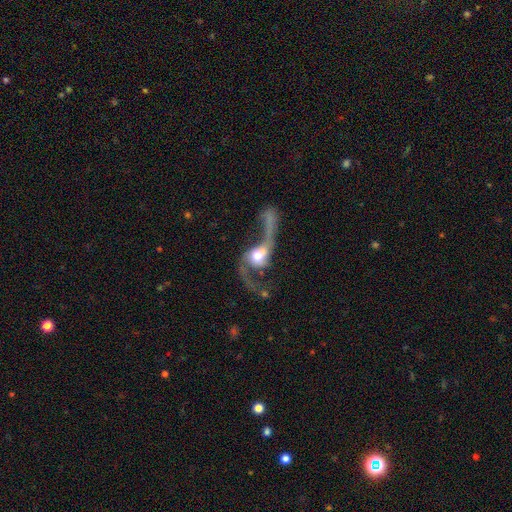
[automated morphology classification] Smooth or featured?
  - featured or disk: 85% *
  - smooth: 9%
  - star or artifact: 6%
Edge-on disk?
  - no: 95% *
  - yes: 5%
Bar?
  - no: 55% *
  - weak: 28%
  - strong: 16%
Spiral arms?
  - yes: 93% *
  - no: 7%
Spiral winding?
  - loose: 88% *
  - medium: 9%
  - tight: 2%
Spiral arm count?
  - 2: 91% *
  - 1: 4%
  - can't tell: 2%
  - 3: 1%
  - 4: 1%
  - more than 4: 1%
Bulge size?
  - moderate: 58% *
  - large: 21%
  - small: 15%
  - dominant: 4%
  - none: 2%
Merging?
  - none: 47% *
  - major disturbance: 27%
  - minor disturbance: 14%
  - merger: 12%